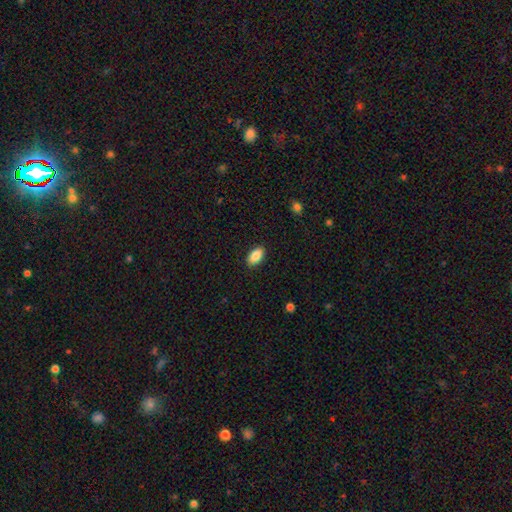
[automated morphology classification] This is clearly a smooth galaxy (87%). How rounded: clearly in between (93%). Merging: clearly none (89%).